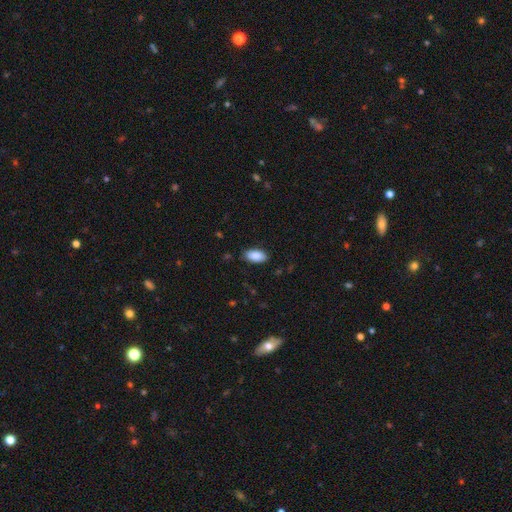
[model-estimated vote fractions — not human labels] This appears to be a smooth galaxy with no disk features (89%) that is in between round and cigar-shaped (94%). Merging: none (86%).